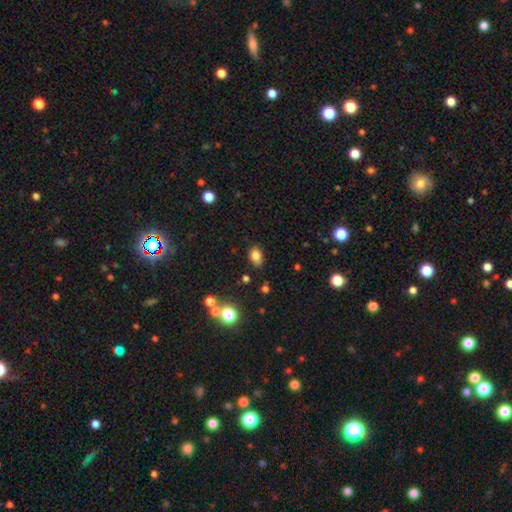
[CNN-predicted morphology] Overall: smooth (81%). How rounded: in between (82%). Merging: none (80%).